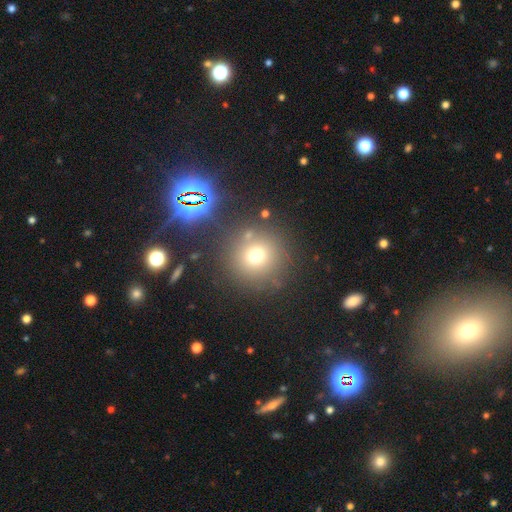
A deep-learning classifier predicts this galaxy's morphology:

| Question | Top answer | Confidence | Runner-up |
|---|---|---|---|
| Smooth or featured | smooth | 68% | star or artifact (21%) |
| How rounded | round | 93% | in between (6%) |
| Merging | none | 80% | minor disturbance (8%) |